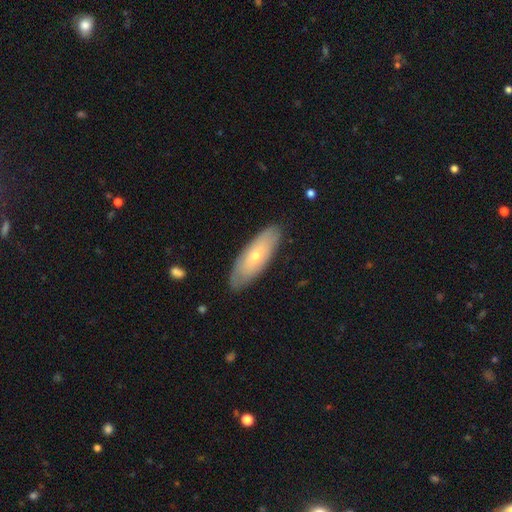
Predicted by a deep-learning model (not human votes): Overall: smooth (54%; featured or disk 40%). How rounded: in between (65%; cigar-shaped 33%). Merging: none (85%).